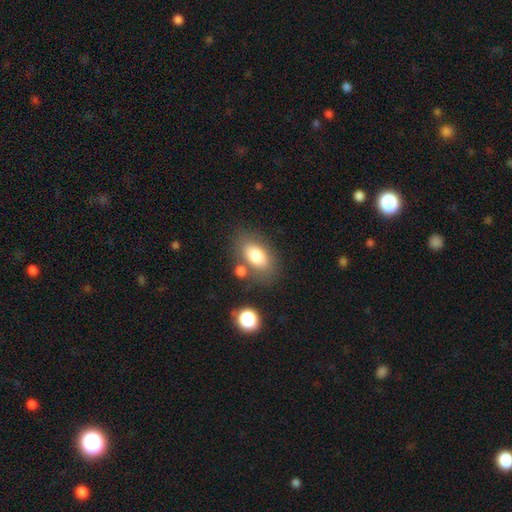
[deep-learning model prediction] Smooth or featured?
  - smooth: 78% *
  - featured or disk: 13%
  - star or artifact: 8%
How rounded?
  - in between: 89% *
  - round: 9%
  - cigar-shaped: 3%
Merging?
  - none: 67% *
  - minor disturbance: 14%
  - merger: 13%
  - major disturbance: 5%